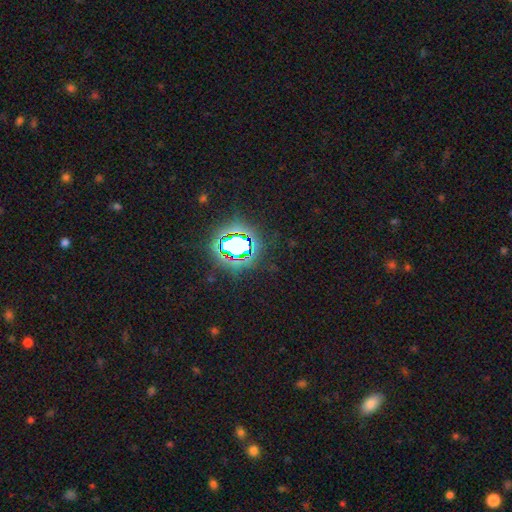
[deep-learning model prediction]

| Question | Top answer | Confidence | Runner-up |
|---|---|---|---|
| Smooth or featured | star or artifact | 77% | smooth (15%) |